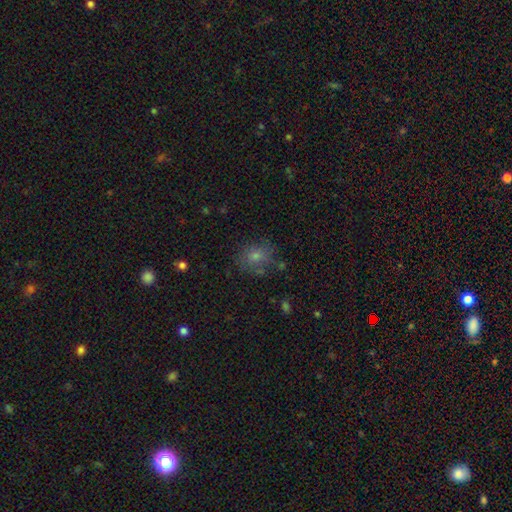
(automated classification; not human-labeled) A smooth galaxy with no disk features (62%) that is round (68%).

Vote fractions:
- Smooth or featured? smooth: 62% / star or artifact: 21% / featured or disk: 17%
- How rounded? round: 68% / in between: 31% / cigar-shaped: 1%
- Merging? none: 73% / minor disturbance: 17% / major disturbance: 7% / merger: 3%